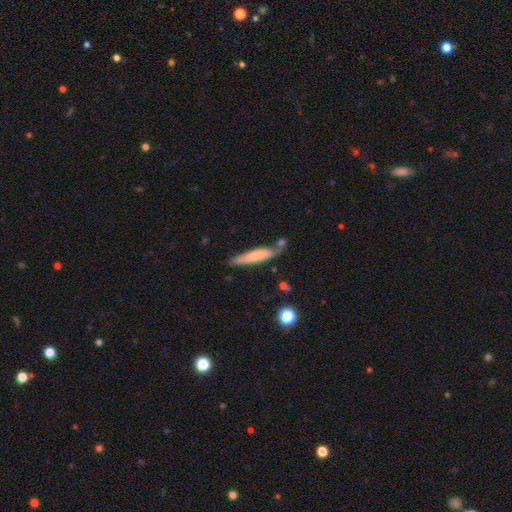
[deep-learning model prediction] The model was most divided on "smooth or featured": smooth: 68%, featured or disk: 25%, star or artifact: 6%. More confident: how rounded — cigar-shaped (88%); merging — none (67%).